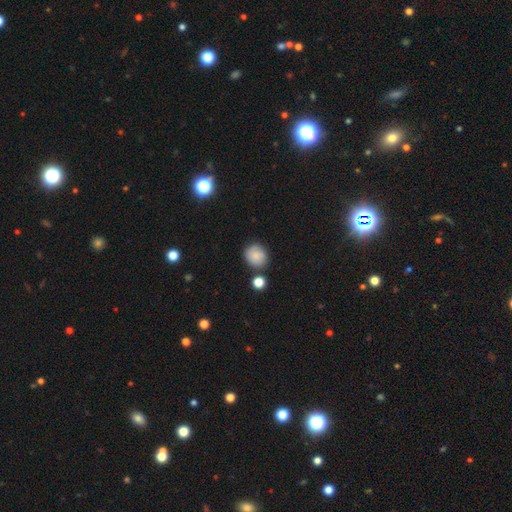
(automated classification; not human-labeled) This appears to be a smooth galaxy with no disk features (81%) that is round (78%). Merging: none (77%).